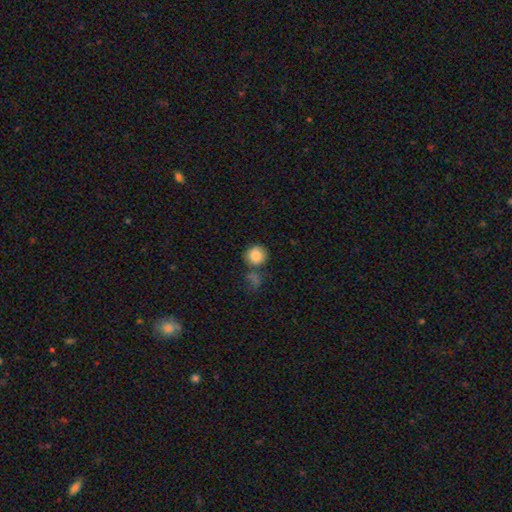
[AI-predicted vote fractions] Overall: smooth (85%). How rounded: round (87%). Merging: none (61%).